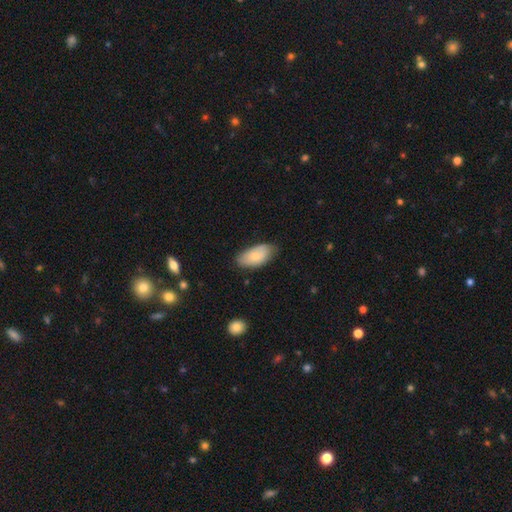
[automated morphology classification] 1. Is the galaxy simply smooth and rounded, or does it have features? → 76% smooth, 18% featured or disk, 6% star or artifact.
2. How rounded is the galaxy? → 95% in between, 3% cigar-shaped, 3% round.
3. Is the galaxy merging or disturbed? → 71% none, 24% minor disturbance, 4% major disturbance, 1% merger.